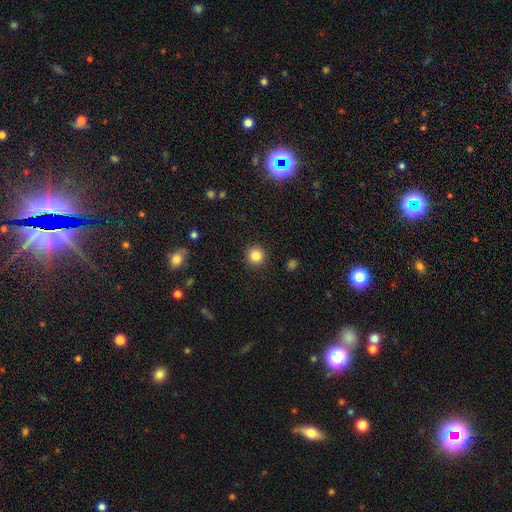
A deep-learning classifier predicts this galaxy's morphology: The model was most divided on "smooth or featured": smooth: 84%, star or artifact: 11%, featured or disk: 5%. More confident: how rounded — round (94%); merging — none (92%).